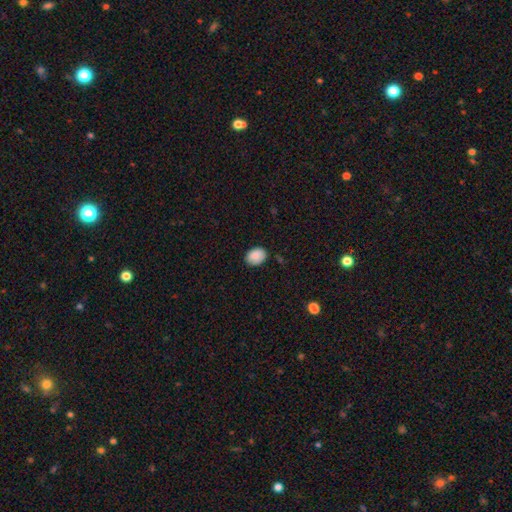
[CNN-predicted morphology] Smooth or featured: smooth — 87% (star or artifact — 8%)
How rounded: in between — 69% (round — 30%)
Merging: none — 79% (minor disturbance — 17%)